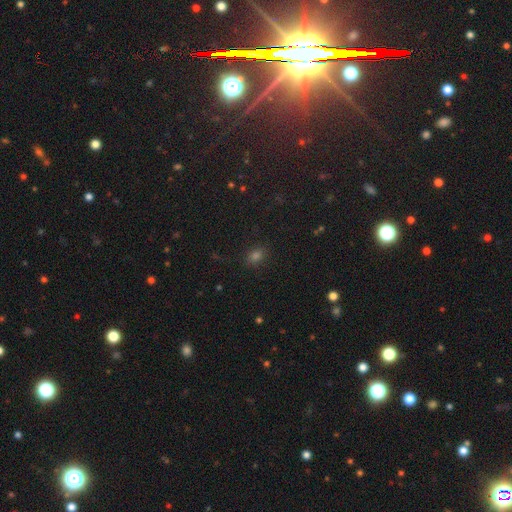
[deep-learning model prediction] This appears to be a smooth galaxy with no disk features (73%) that is in between round and cigar-shaped (65%). Merging: none (86%).